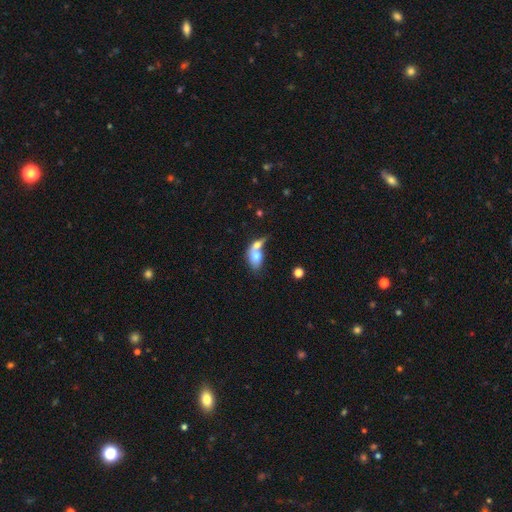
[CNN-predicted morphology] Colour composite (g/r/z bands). It shows a smooth galaxy with no disk features (69%) that is in between round and cigar-shaped (79%). Merging: merger (69%).